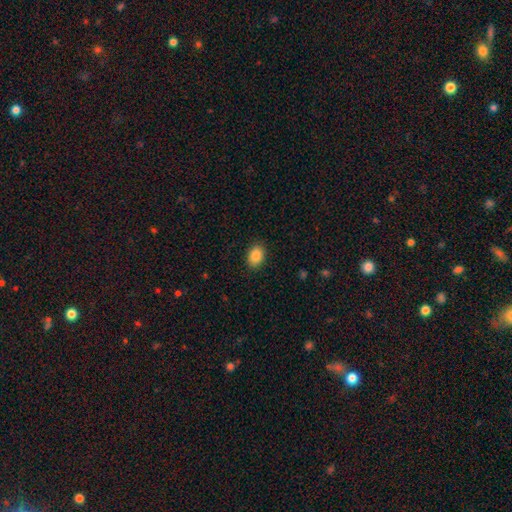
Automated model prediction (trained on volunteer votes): smooth_or_featured: smooth (p=0.87) [alt: star or artifact p=0.08]
how_rounded: in between (p=0.80) [alt: round p=0.19]
merging: none (p=0.89) [alt: minor disturbance p=0.08]